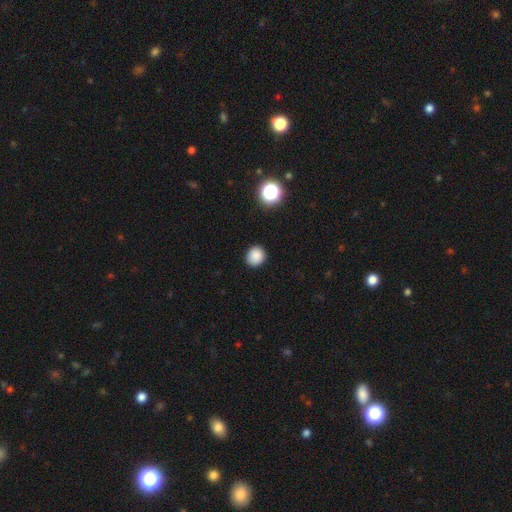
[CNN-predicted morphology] Smooth or featured?
  - smooth: 85% *
  - star or artifact: 11%
  - featured or disk: 4%
How rounded?
  - round: 84% *
  - in between: 15%
  - cigar-shaped: 1%
Merging?
  - none: 89% *
  - minor disturbance: 8%
  - major disturbance: 2%
  - merger: 1%